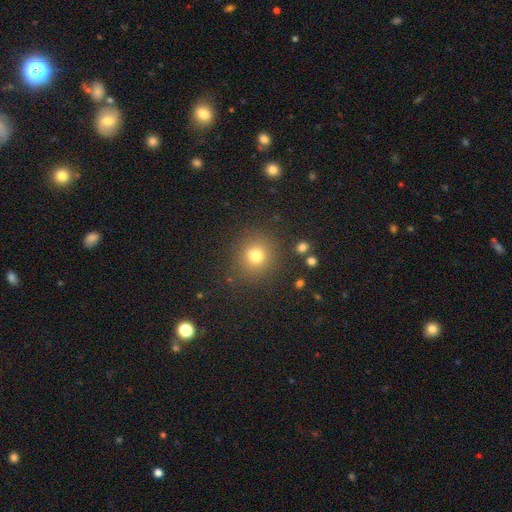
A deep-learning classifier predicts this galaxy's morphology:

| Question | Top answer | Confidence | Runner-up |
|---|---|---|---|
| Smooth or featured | smooth | 76% | star or artifact (16%) |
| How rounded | round | 89% | in between (10%) |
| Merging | none | 85% | minor disturbance (8%) |